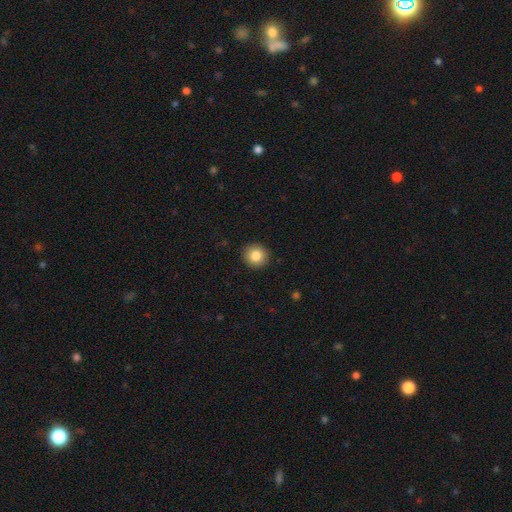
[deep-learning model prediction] Q: Smooth or featured?
A: smooth (84%); runner-up: star or artifact (9%)
Q: How rounded?
A: round (93%); runner-up: in between (6%)
Q: Merging?
A: none (92%); runner-up: minor disturbance (5%)